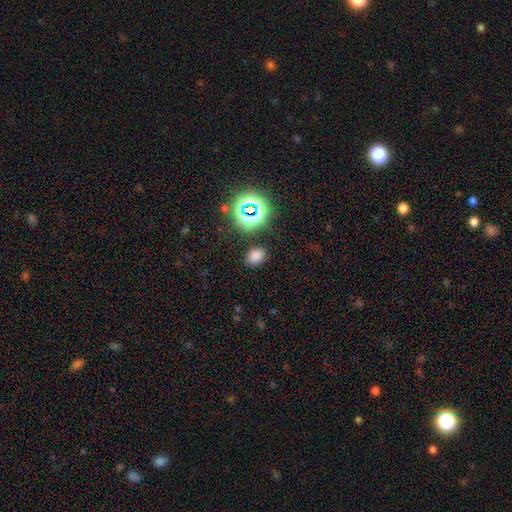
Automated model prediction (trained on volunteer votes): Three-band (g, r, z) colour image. It shows a smooth galaxy with no disk features (73%) that is in between round and cigar-shaped (65%). Merging: none (83%).